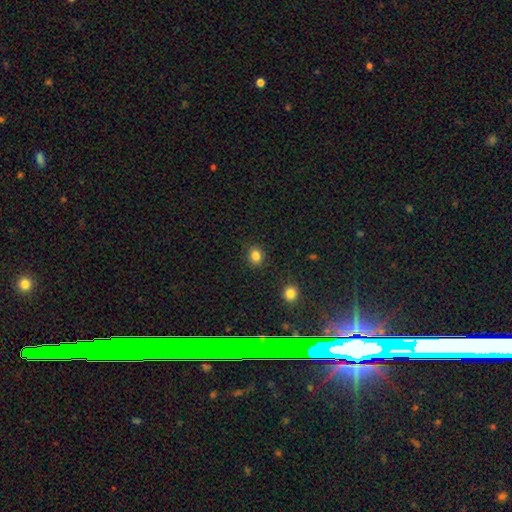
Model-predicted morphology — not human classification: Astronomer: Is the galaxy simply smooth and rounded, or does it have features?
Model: smooth — 84%.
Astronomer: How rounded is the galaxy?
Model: round — 69%.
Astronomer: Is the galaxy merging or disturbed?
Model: none — 86%.